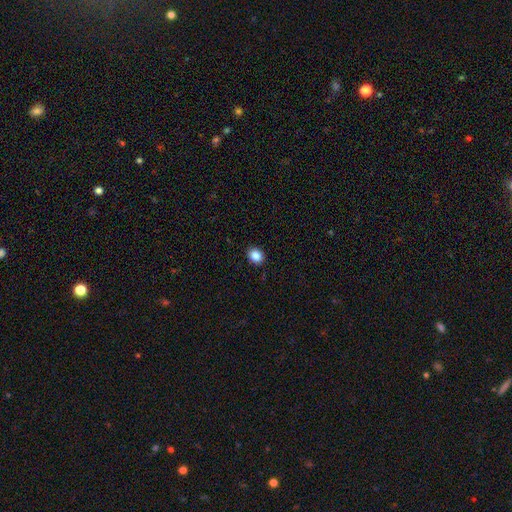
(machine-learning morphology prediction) A smooth galaxy with no disk features (87%) that is round (54%).

Vote fractions:
- Smooth or featured? smooth: 87% / star or artifact: 9% / featured or disk: 3%
- How rounded? round: 54% / in between: 45% / cigar-shaped: 1%
- Merging? none: 91% / minor disturbance: 7% / major disturbance: 2% / merger: 1%